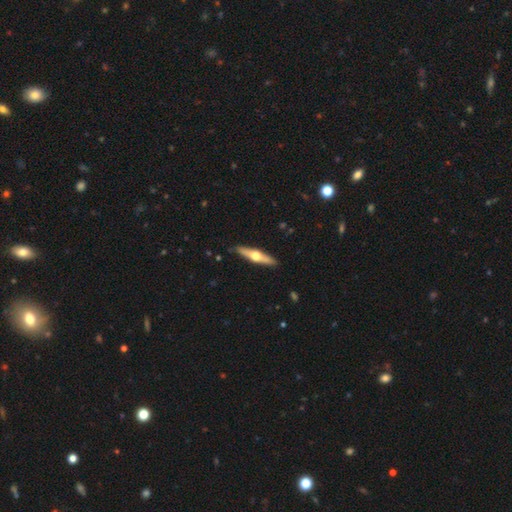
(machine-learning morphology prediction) Overall: featured or disk (66%; smooth 29%). Edge-on disk: yes (96%). Edge-on bulge: rounded (95%). Merging: none (90%).